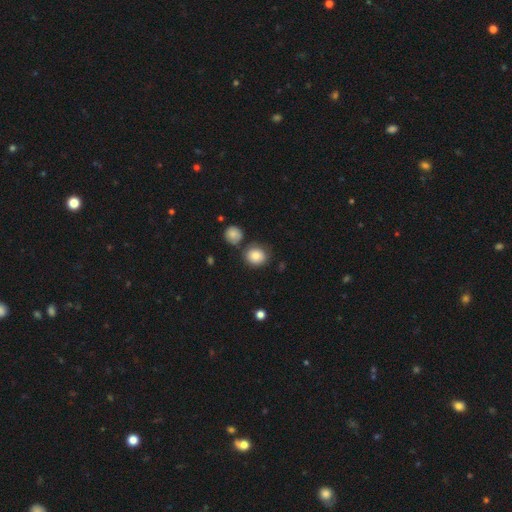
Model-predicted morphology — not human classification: Smooth or featured: smooth — 85% (star or artifact — 8%)
How rounded: round — 80% (in between — 19%)
Merging: none — 72% (minor disturbance — 13%)